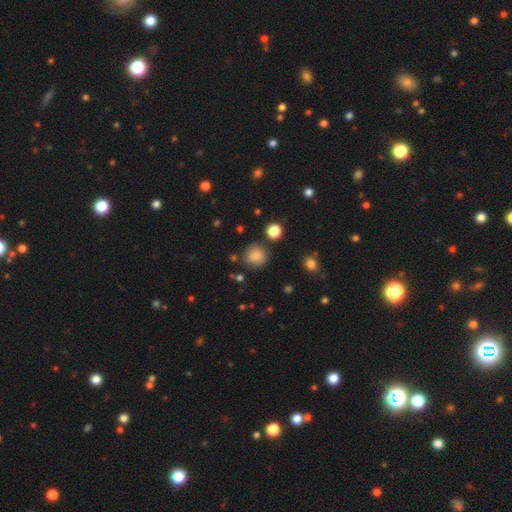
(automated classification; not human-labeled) smooth-or-featured: smooth: 83% | star or artifact: 11% | featured or disk: 6%
  how-rounded: round: 92% | in between: 7% | cigar-shaped: 1%
  merging: none: 84% | minor disturbance: 9% | major disturbance: 3% | merger: 3%